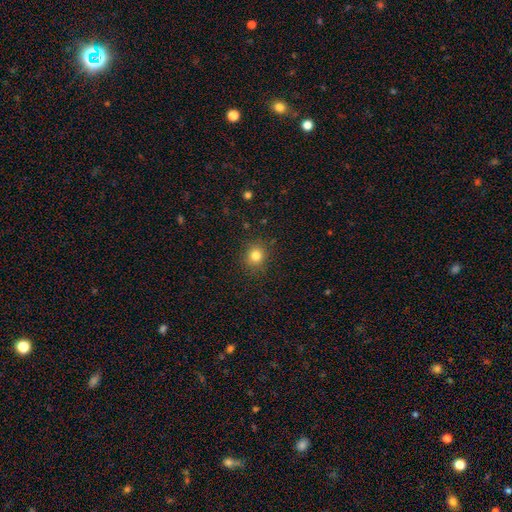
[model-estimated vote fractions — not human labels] smooth_or_featured: smooth (p=0.81) [alt: star or artifact p=0.13]
how_rounded: round (p=0.87) [alt: in between p=0.12]
merging: none (p=0.89) [alt: minor disturbance p=0.08]